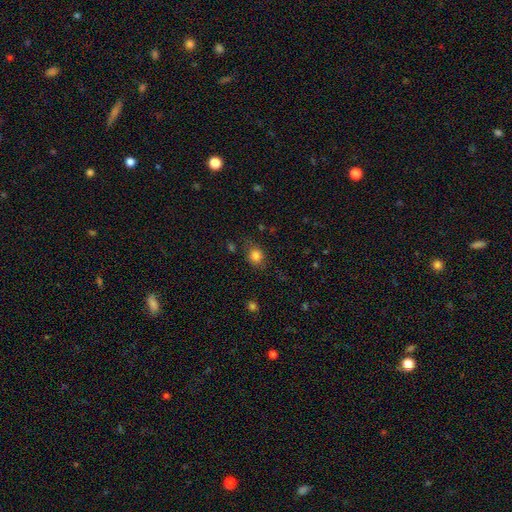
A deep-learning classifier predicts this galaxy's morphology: type=smooth (82%); roundness=round (69%); merging=none (74%).